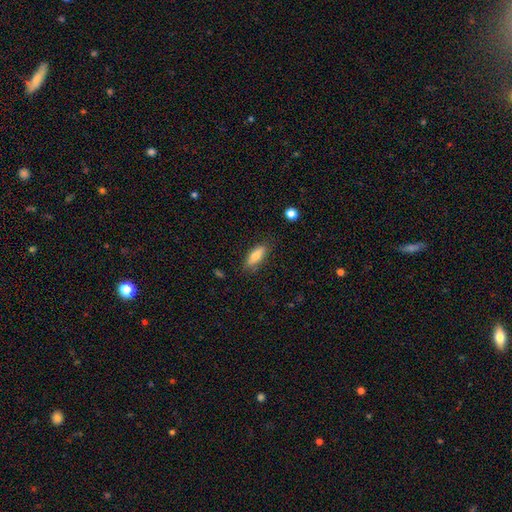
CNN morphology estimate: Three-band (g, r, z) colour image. It shows a smooth galaxy with no disk features (76%) that is in between round and cigar-shaped (65%). Merging: none (80%).